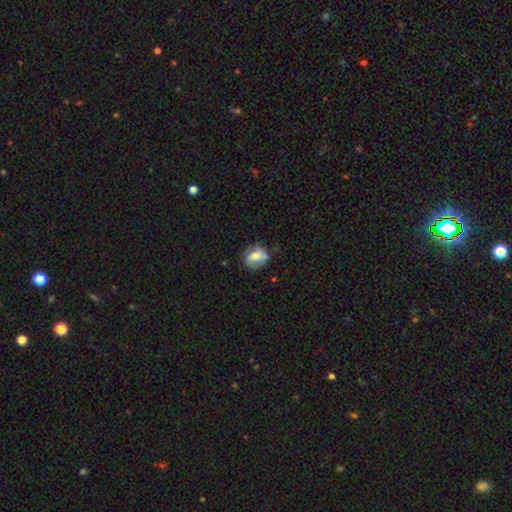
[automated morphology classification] smooth 58%, featured or disk 33%, star or artifact 8%. Down the decision tree: how rounded — round (54%); merging — none (59%).